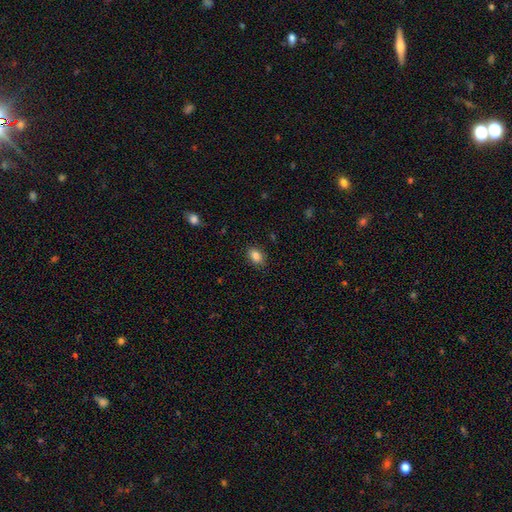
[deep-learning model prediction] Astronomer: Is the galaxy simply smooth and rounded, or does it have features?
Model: smooth — 86%.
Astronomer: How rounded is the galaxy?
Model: in between — 81%.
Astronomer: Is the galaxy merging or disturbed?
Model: none — 86%.